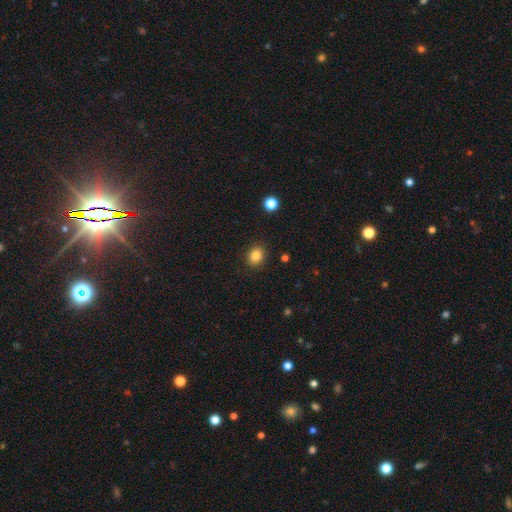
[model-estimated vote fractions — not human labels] Smooth or featured?
  - smooth: 84% *
  - star or artifact: 11%
  - featured or disk: 5%
How rounded?
  - round: 63% *
  - in between: 36%
  - cigar-shaped: 1%
Merging?
  - none: 89% *
  - minor disturbance: 7%
  - major disturbance: 2%
  - merger: 1%